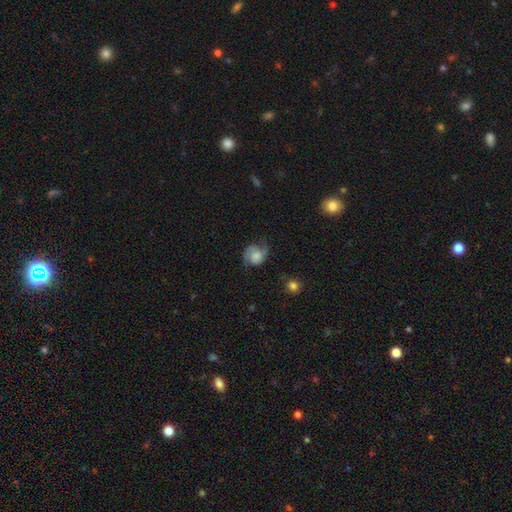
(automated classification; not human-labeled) A featured or disk galaxy (56%) with no bar (72%), spiral arms (90%) and no central bulge (27%).

Vote fractions:
- Smooth or featured? featured or disk: 56% / smooth: 36% / star or artifact: 9%
- Edge-on disk? no: 97% / yes: 3%
- Bar? no: 72% / weak: 24% / strong: 4%
- Spiral arms? yes: 90% / no: 10%
- Bulge size? none: 27% / moderate: 24% / large: 24% / small: 20% / dominant: 6%
- Merging? none: 56% / minor disturbance: 27% / major disturbance: 16% / merger: 2%